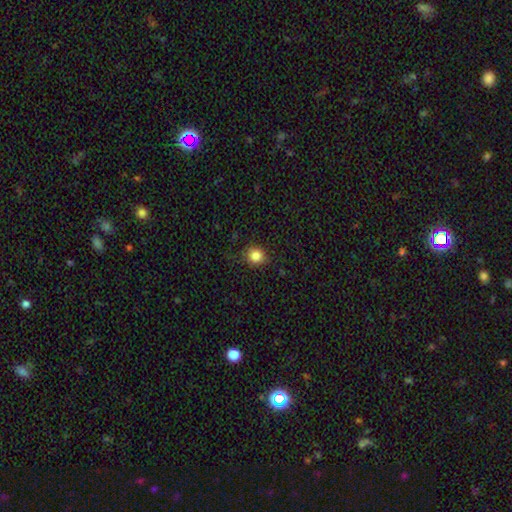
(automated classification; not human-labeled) smooth-or-featured: smooth: 84% | star or artifact: 11% | featured or disk: 5%
  how-rounded: round: 83% | in between: 16% | cigar-shaped: 1%
  merging: none: 82% | minor disturbance: 13% | major disturbance: 3% | merger: 1%